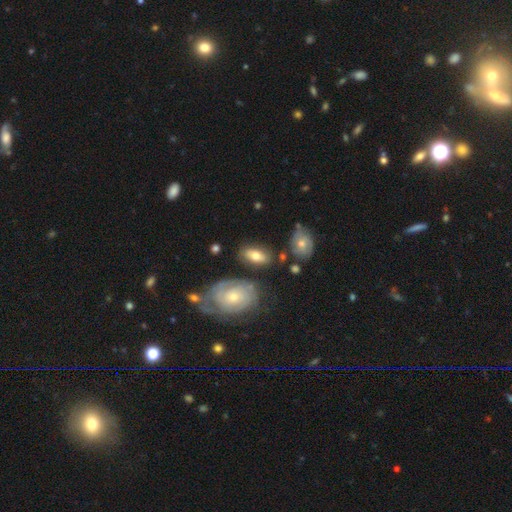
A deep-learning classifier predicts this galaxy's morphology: This is likely a smooth galaxy (63%). How rounded: clearly in between (89%). Merging: likely none (75%).